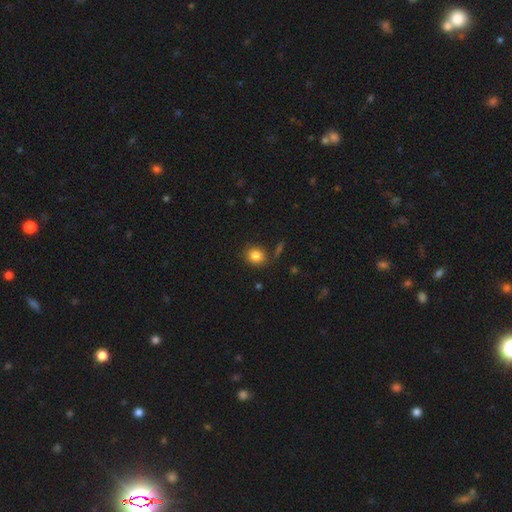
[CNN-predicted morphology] smooth_or_featured: smooth (p=0.82) [alt: star or artifact p=0.11]
how_rounded: round (p=0.73) [alt: in between p=0.26]
merging: none (p=0.80) [alt: minor disturbance p=0.12]